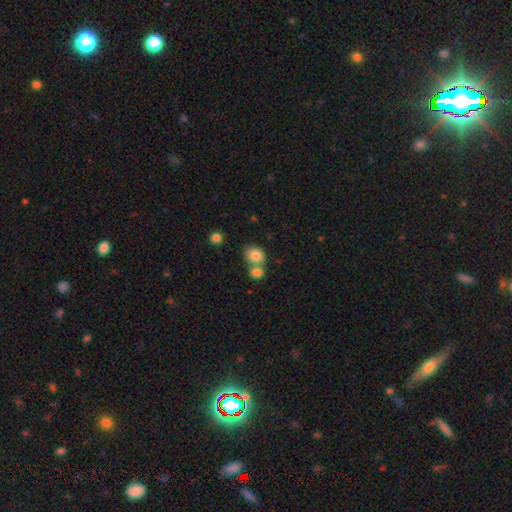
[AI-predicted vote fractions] Morphology: type=smooth (82%); roundness=round (52%); merging=merger (47%).